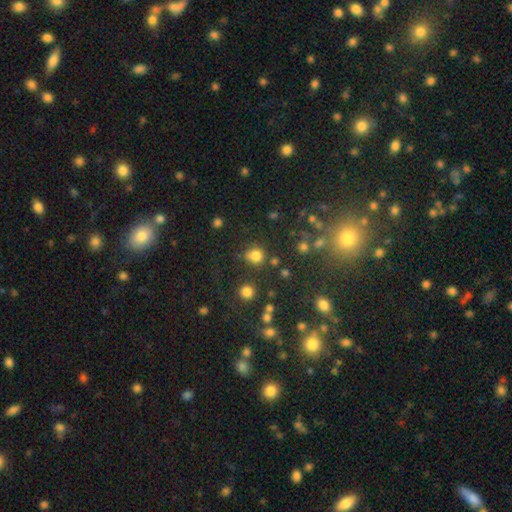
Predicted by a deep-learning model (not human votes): smooth-or-featured: smooth: 78% | star or artifact: 17% | featured or disk: 6%
  how-rounded: round: 73% | in between: 25% | cigar-shaped: 1%
  merging: none: 72% | minor disturbance: 15% | merger: 7% | major disturbance: 6%